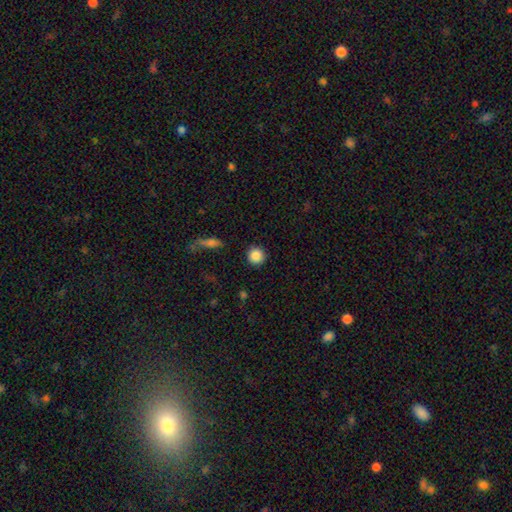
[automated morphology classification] smooth-or-featured: smooth: 87% | star or artifact: 9% | featured or disk: 4%
  how-rounded: round: 94% | in between: 5% | cigar-shaped: 1%
  merging: none: 91% | minor disturbance: 6% | major disturbance: 2% | merger: 2%